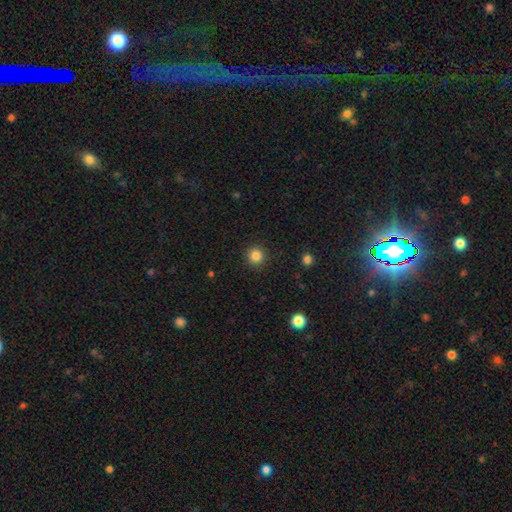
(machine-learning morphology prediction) A smooth galaxy with no disk features (84%) that is round (95%).

Vote fractions:
- Smooth or featured? smooth: 84% / star or artifact: 12% / featured or disk: 4%
- How rounded? round: 95% / in between: 4% / cigar-shaped: 1%
- Merging? none: 91% / minor disturbance: 6% / major disturbance: 2% / merger: 1%